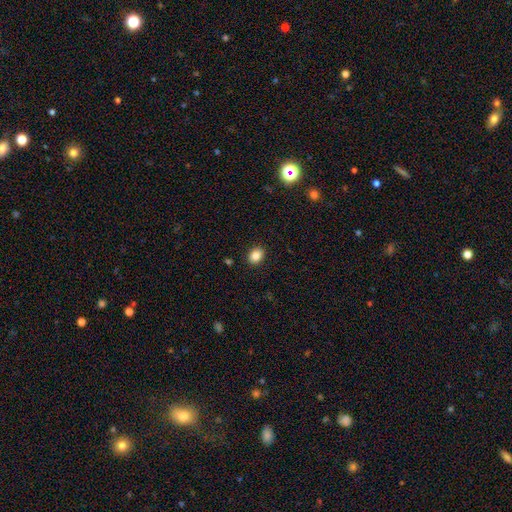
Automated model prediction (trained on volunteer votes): The model was most divided on "how rounded": in between: 52%, round: 47%, cigar-shaped: 1%. More confident: merging — none (90%); smooth or featured — smooth (85%).